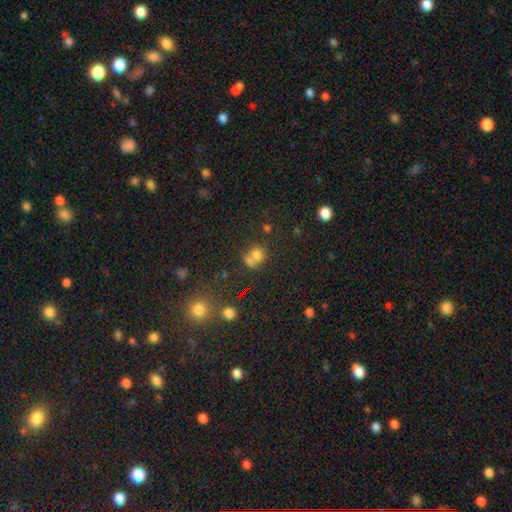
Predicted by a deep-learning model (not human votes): Overall: smooth (67%). How rounded: round (72%). Merging: merger (47%; none 40%).